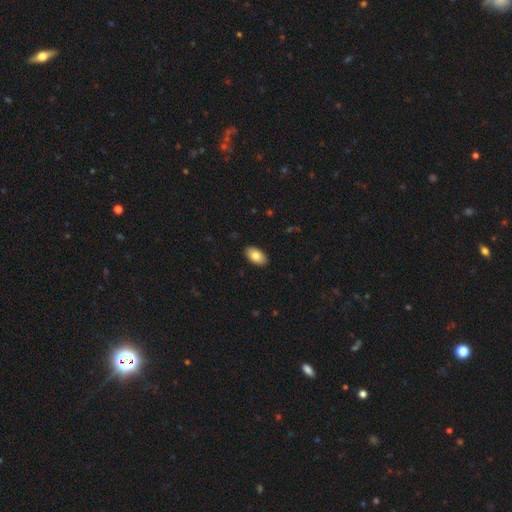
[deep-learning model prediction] A smooth galaxy with no disk features (82%) that is in between round and cigar-shaped (94%). Merging: none (90%).